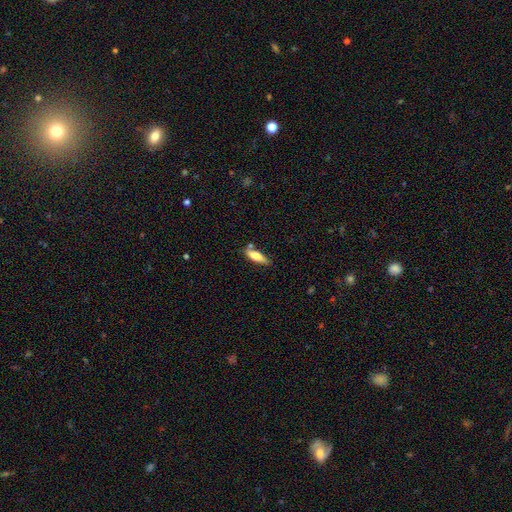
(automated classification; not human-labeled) Smooth or featured? Predicted: smooth (p=0.70). How rounded? Predicted: cigar-shaped (p=0.49, tied with in between). Merging? Predicted: none (p=0.69).